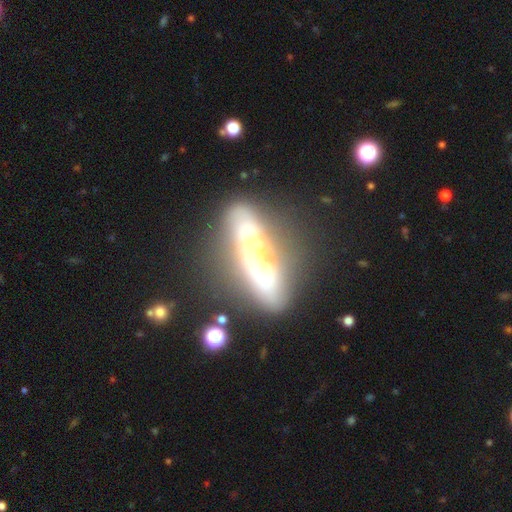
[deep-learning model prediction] The model was most divided on "edge-on disk": no: 52%, yes: 48%. More confident: smooth or featured — featured or disk (62%); merging — none (60%).